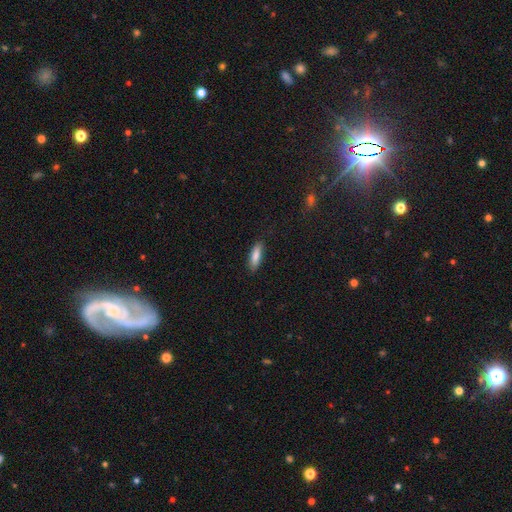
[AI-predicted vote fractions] This is clearly a smooth galaxy (84%). How rounded: possibly cigar-shaped (55%). Merging: clearly none (84%).